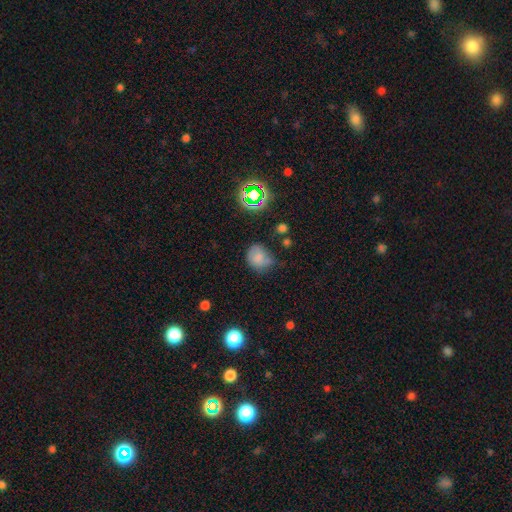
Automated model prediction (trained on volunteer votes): Morphology: type=smooth (71%); roundness=round (64%); merging=none (48%).